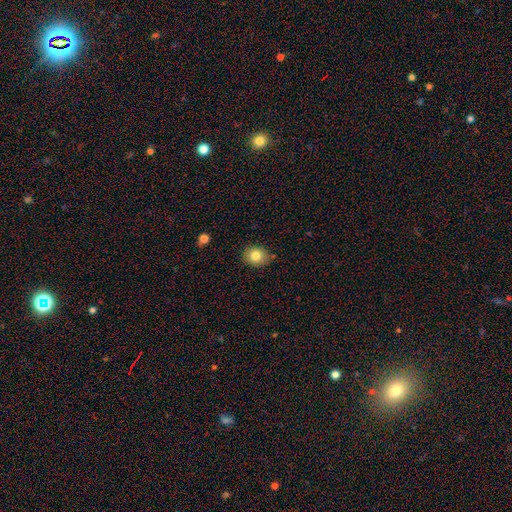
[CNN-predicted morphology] Smooth or featured? smooth (81%)
How rounded? round (66%)
Merging? none (83%)